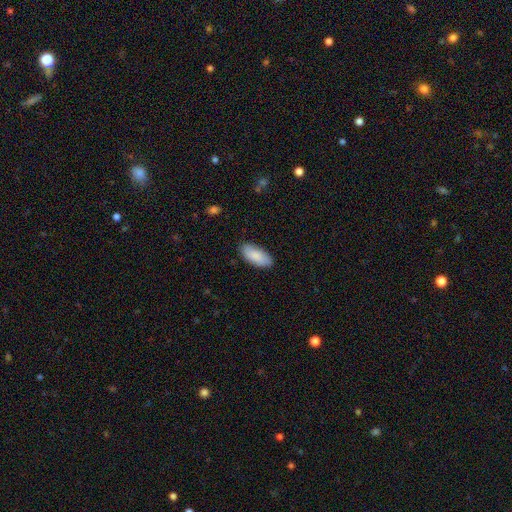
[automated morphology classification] This appears to be a smooth galaxy with no disk features (87%) that is in between round and cigar-shaped (89%). Merging: none (85%).